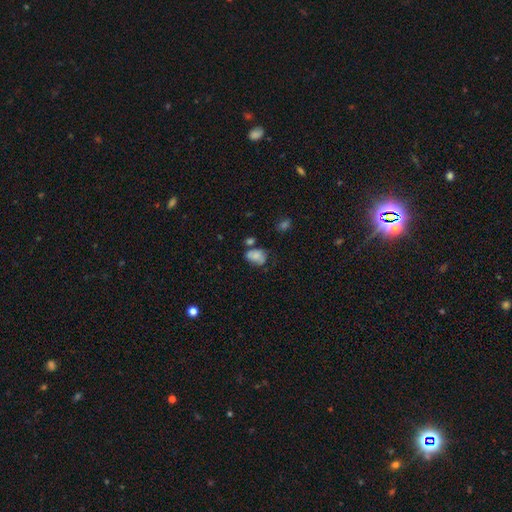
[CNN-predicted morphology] Overall: smooth (75%). How rounded: in between (76%). Merging: none (43%; minor disturbance 30%).